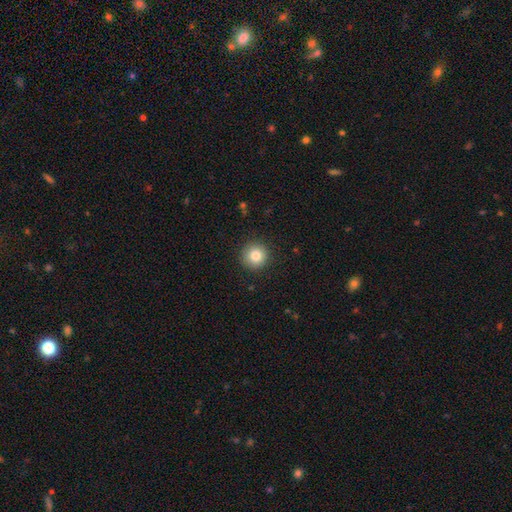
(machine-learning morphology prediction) smooth-or-featured: smooth: 83% | star or artifact: 10% | featured or disk: 7%
  how-rounded: round: 95% | in between: 4% | cigar-shaped: 1%
  merging: none: 91% | minor disturbance: 6% | major disturbance: 2% | merger: 1%